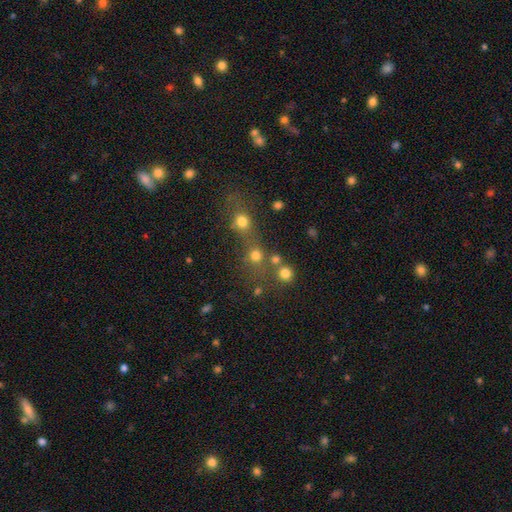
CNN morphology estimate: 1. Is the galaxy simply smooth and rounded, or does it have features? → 73% smooth, 18% star or artifact, 9% featured or disk.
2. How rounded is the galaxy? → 87% round, 11% in between, 2% cigar-shaped.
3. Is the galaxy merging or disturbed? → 54% none, 33% merger, 7% minor disturbance, 6% major disturbance.